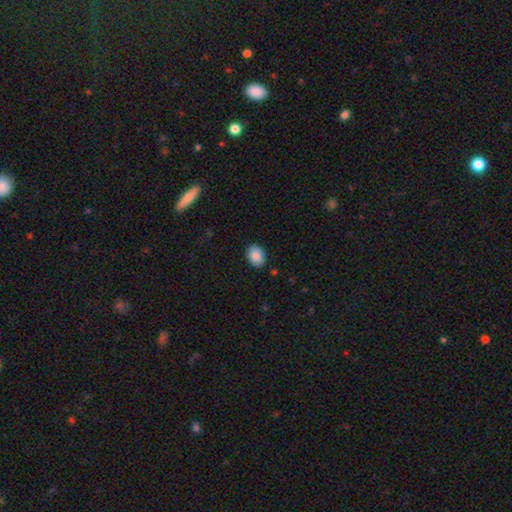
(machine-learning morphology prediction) A smooth galaxy with no disk features (86%) that is in between round and cigar-shaped (80%). Merging: none (88%).